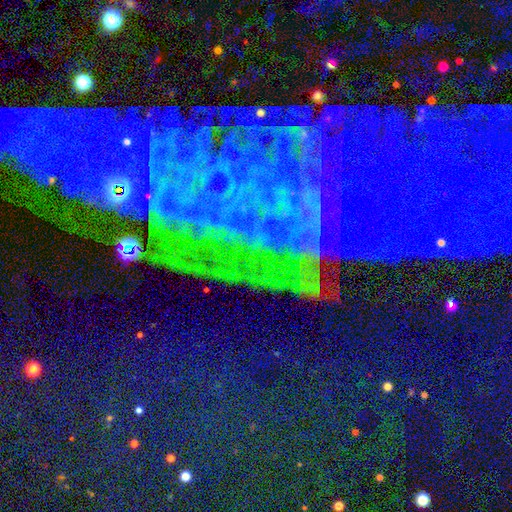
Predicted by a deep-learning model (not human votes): A star or artifact, not a galaxy (79%).